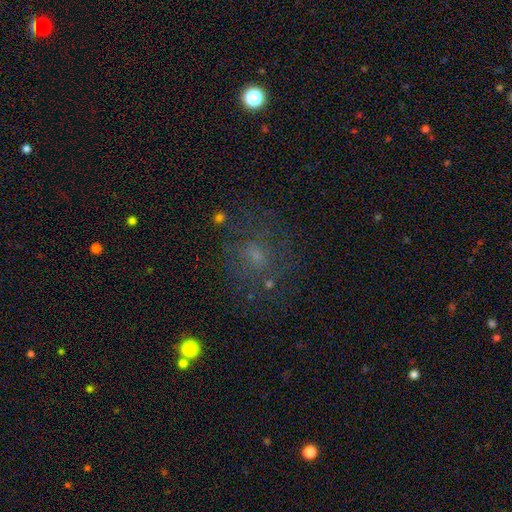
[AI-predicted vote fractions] smooth_or_featured: smooth (p=0.42) [alt: featured or disk p=0.36]
merging: none (p=0.63) [alt: minor disturbance p=0.17]